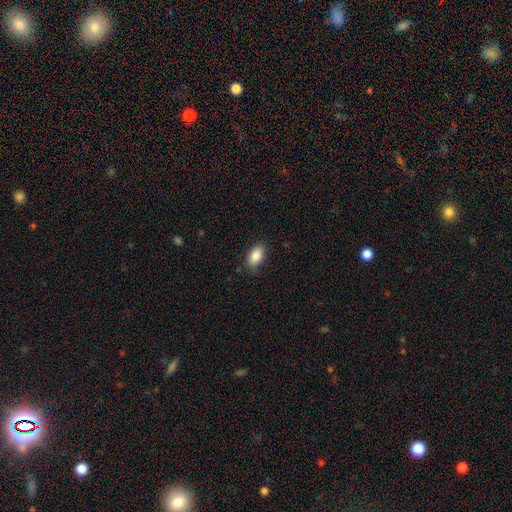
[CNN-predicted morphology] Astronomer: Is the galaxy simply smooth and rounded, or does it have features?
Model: smooth — 88%.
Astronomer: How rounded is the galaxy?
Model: in between — 92%.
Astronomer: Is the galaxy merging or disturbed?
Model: none — 83%.